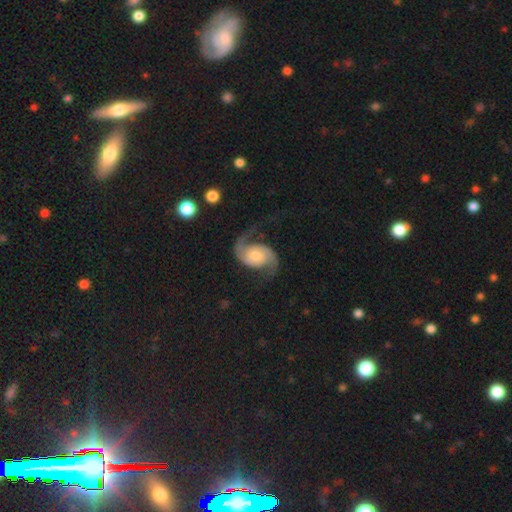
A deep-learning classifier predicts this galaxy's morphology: type=featured or disk (89%); edge-on=no (98%); bar=no (66%); spiral arms=yes (97%); winding=loose (51%); arm count=2 (93%); bulge=moderate (59%); merging=none (70%).